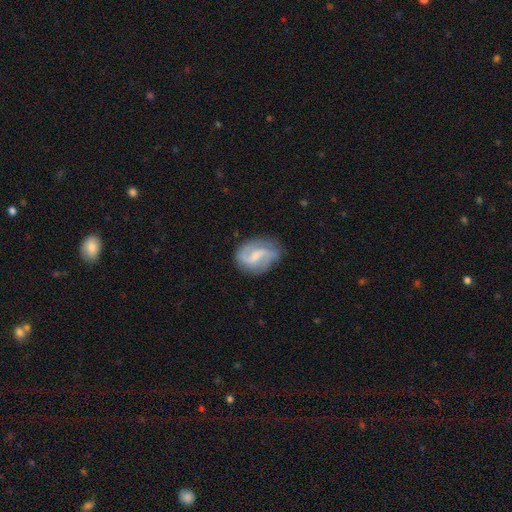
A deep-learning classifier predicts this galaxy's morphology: This appears to be a featured or disk galaxy (77%) with a weak bar (55%), 2 (81%) medium (43%) spiral arms (93%) and a small central bulge (38%). Merging: none (72%).